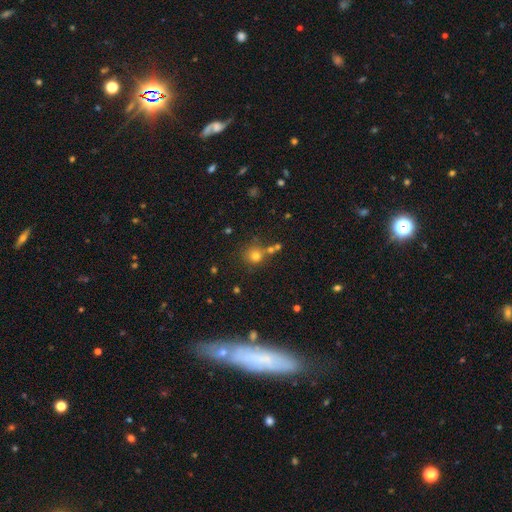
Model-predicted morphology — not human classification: Smooth or featured? Predicted: smooth (p=0.76). How rounded? Predicted: round (p=0.89). Merging? Predicted: none (p=0.67).